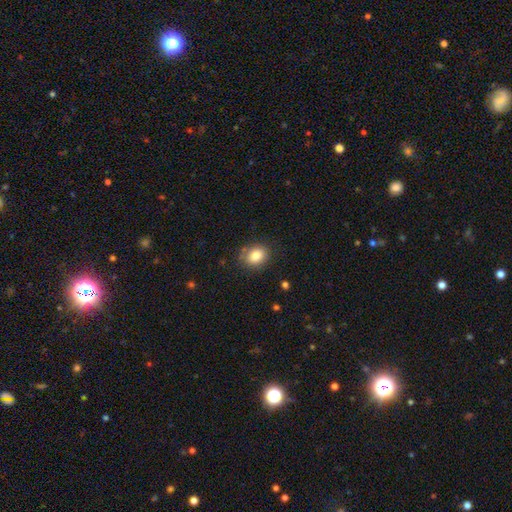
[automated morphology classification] smooth-or-featured: smooth: 82% | star or artifact: 9% | featured or disk: 9%
  how-rounded: in between: 54% | round: 46% | cigar-shaped: 1%
  merging: none: 78% | minor disturbance: 15% | major disturbance: 4% | merger: 2%